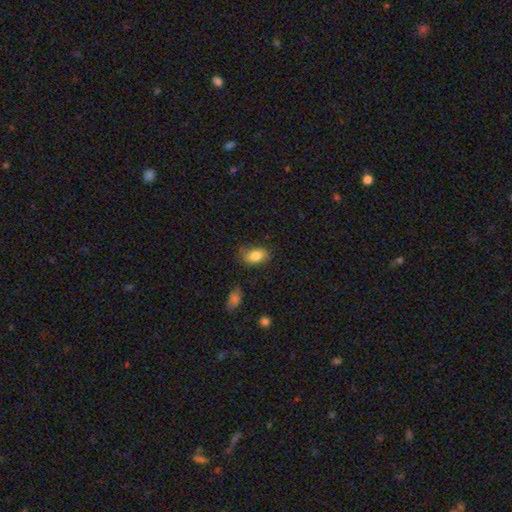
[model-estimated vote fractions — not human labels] Smooth or featured? smooth (84%)
How rounded? in between (89%)
Merging? none (74%)